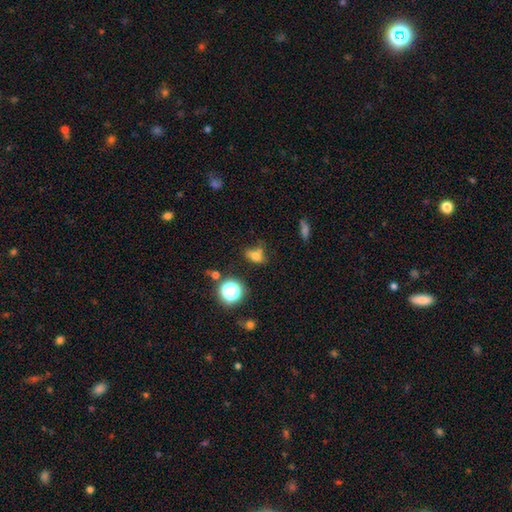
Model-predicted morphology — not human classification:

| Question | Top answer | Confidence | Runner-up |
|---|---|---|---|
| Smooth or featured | smooth | 70% | star or artifact (20%) |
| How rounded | in between | 67% | round (30%) |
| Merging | none | 53% | minor disturbance (21%) |